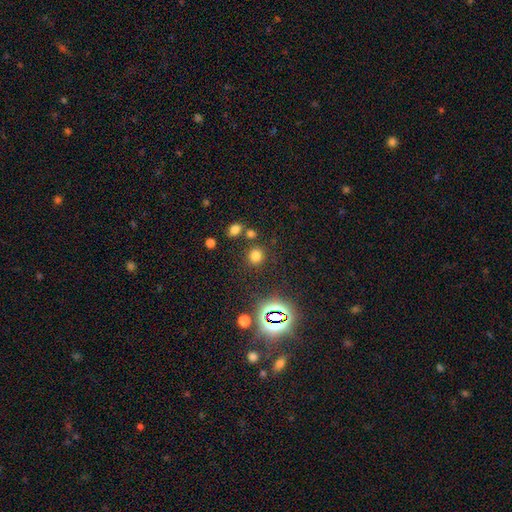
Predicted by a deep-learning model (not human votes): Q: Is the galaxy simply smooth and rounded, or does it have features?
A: smooth — 72%.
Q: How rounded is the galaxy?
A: round — 84%.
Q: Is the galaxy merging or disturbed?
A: none — 80%.